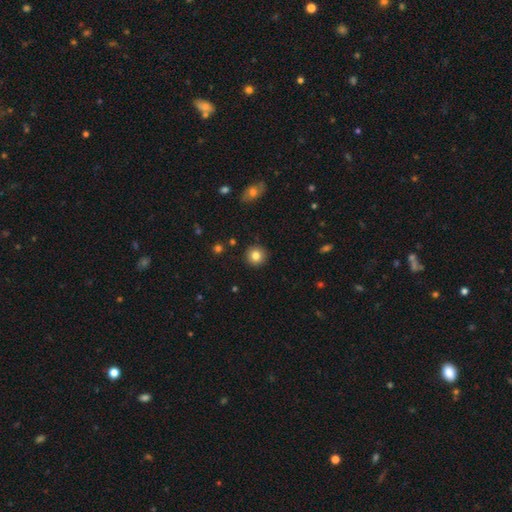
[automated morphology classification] Q: Smooth or featured?
A: smooth (82%); runner-up: star or artifact (10%)
Q: How rounded?
A: round (93%); runner-up: in between (6%)
Q: Merging?
A: none (91%); runner-up: minor disturbance (6%)